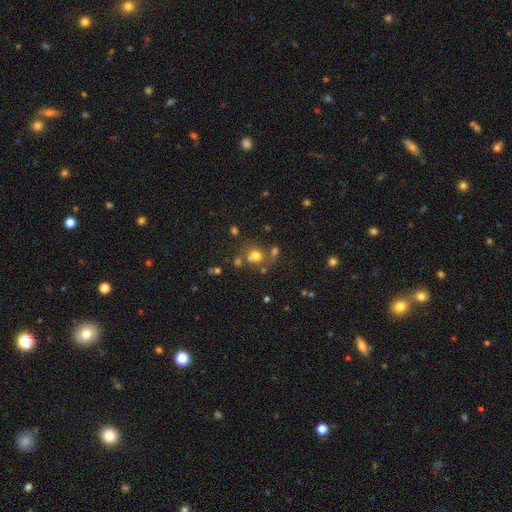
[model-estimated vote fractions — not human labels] A smooth galaxy with no disk features (67%) that is round (81%). Merging: none (59%).